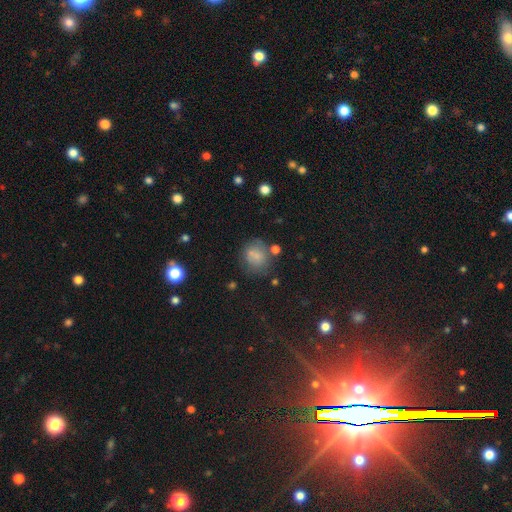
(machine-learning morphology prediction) Smooth or featured?
  - smooth: 68% *
  - featured or disk: 17%
  - star or artifact: 15%
How rounded?
  - round: 74% *
  - in between: 25%
  - cigar-shaped: 1%
Merging?
  - none: 59% *
  - minor disturbance: 20%
  - merger: 11%
  - major disturbance: 10%